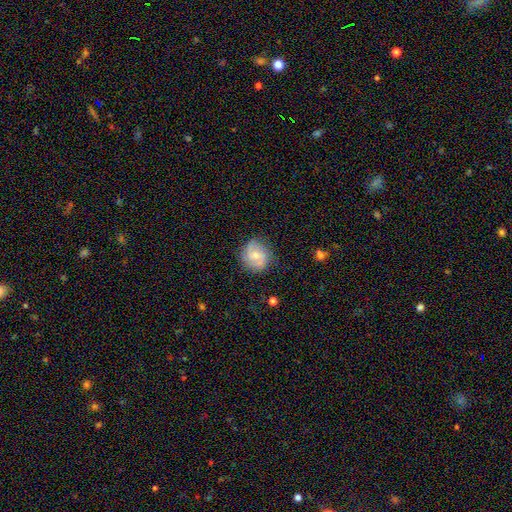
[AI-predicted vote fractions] Q: Smooth or featured?
A: featured or disk (62%); runner-up: smooth (30%)
Q: Edge-on disk?
A: no (98%); runner-up: yes (2%)
Q: Bar?
A: weak (47%); runner-up: no (45%)
Q: Spiral arms?
A: yes (91%); runner-up: no (9%)
Q: Spiral winding?
A: medium (48%); runner-up: tight (29%)
Q: Spiral arm count?
A: 2 (74%); runner-up: can't tell (12%)
Q: Bulge size?
A: small (50%); runner-up: moderate (40%)
Q: Merging?
A: none (76%); runner-up: minor disturbance (17%)